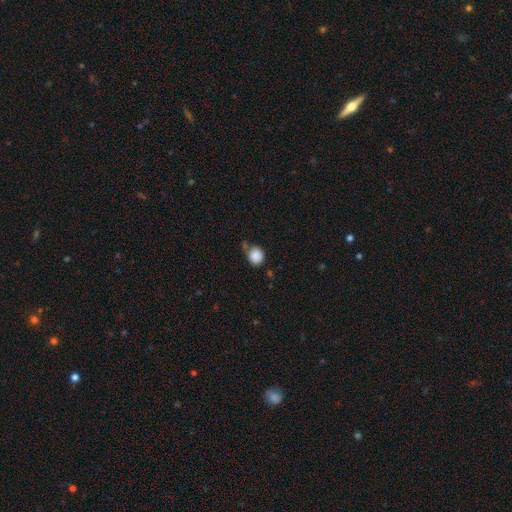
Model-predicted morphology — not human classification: Smooth or featured: smooth — 87% (star or artifact — 9%)
How rounded: round — 80% (in between — 19%)
Merging: none — 64% (minor disturbance — 20%)